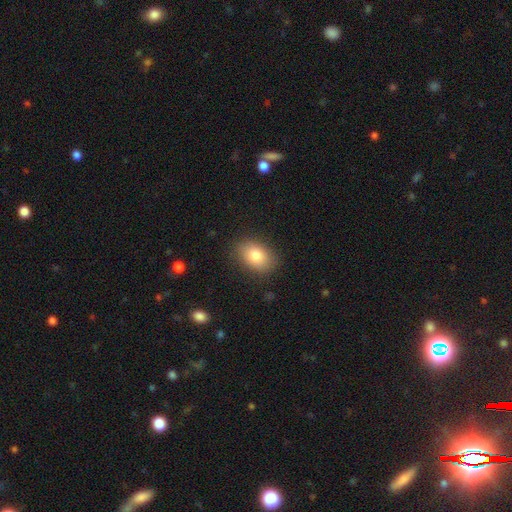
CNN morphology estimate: smooth 81%, featured or disk 11%, star or artifact 8%. Down the decision tree: how rounded — in between (82%); merging — none (85%).